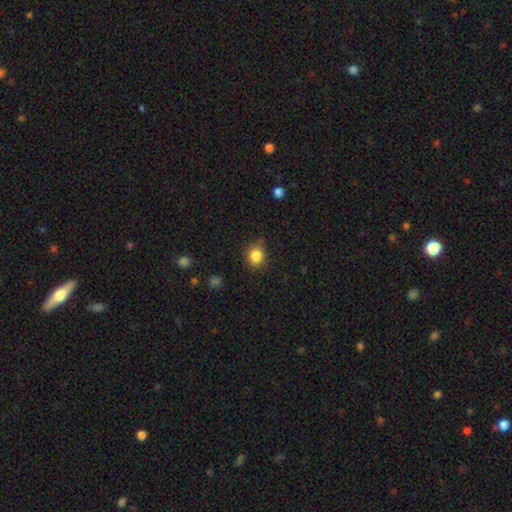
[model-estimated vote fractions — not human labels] smooth_or_featured: smooth (p=0.85) [alt: star or artifact p=0.11]
how_rounded: round (p=0.79) [alt: in between p=0.20]
merging: none (p=0.83) [alt: minor disturbance p=0.12]